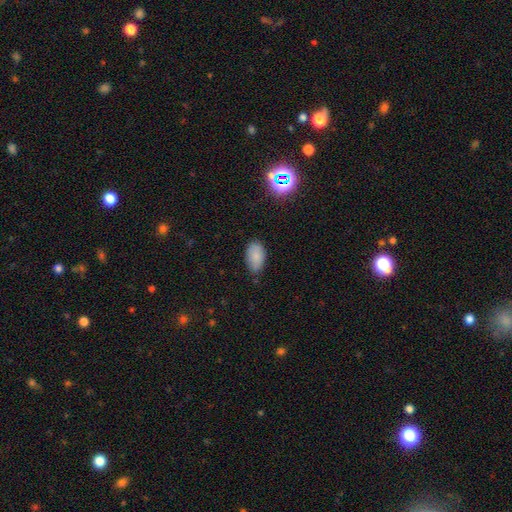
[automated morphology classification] This appears to be a smooth galaxy with no disk features (82%) that is in between round and cigar-shaped (93%). Merging: none (74%).